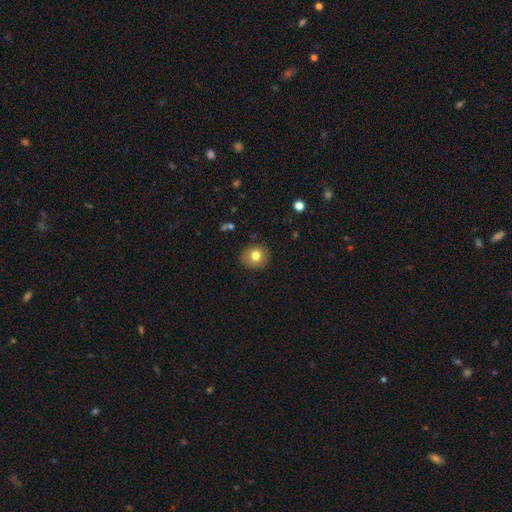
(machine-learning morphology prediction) type=smooth (77%); roundness=round (83%); merging=none (87%).